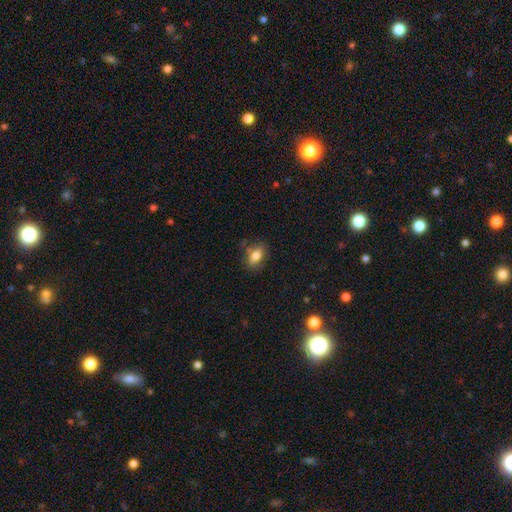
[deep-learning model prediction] A smooth galaxy with no disk features (80%) that is in between round and cigar-shaped (85%). Merging: none (76%).